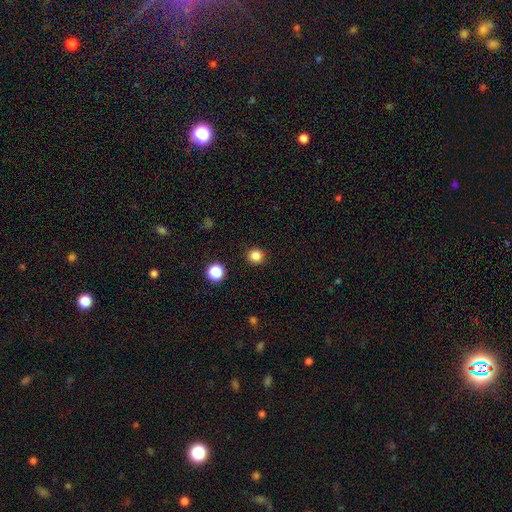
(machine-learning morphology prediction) Overall: smooth (83%). How rounded: round (92%). Merging: none (91%).